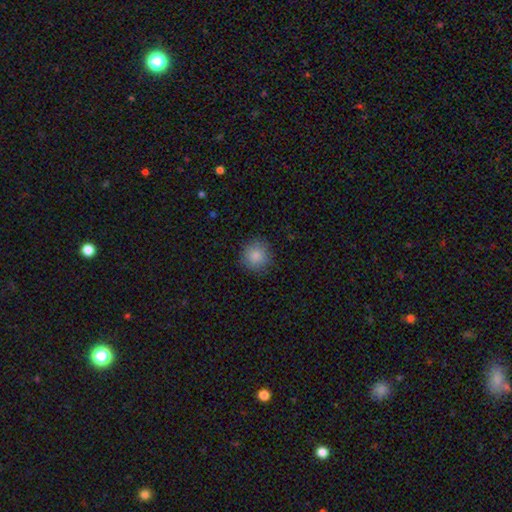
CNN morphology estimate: This is clearly a smooth galaxy (85%). How rounded: clearly round (93%). Merging: clearly none (88%).